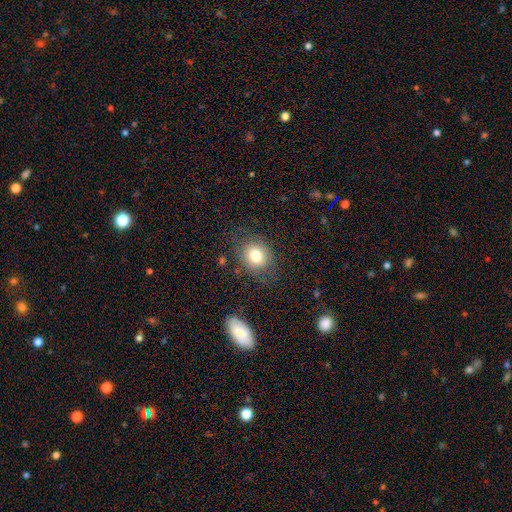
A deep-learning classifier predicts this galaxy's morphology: The model was most divided on "how rounded": round: 65%, in between: 34%, cigar-shaped: 1%. More confident: smooth or featured — smooth (78%); merging — none (77%).